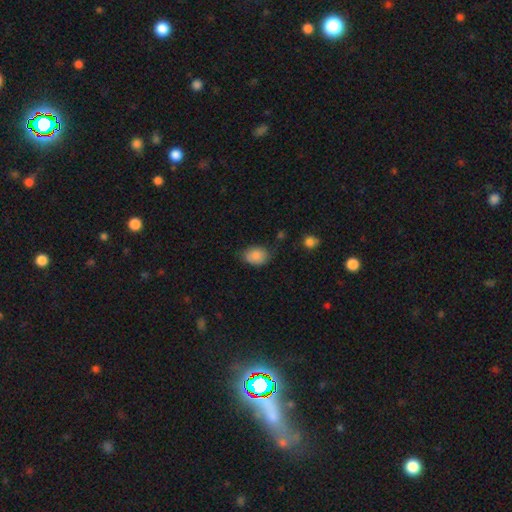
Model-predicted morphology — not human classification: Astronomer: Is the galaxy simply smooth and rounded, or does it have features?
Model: smooth — 87%.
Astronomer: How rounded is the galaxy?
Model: in between — 74%.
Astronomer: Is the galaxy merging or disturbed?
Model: none — 71%.